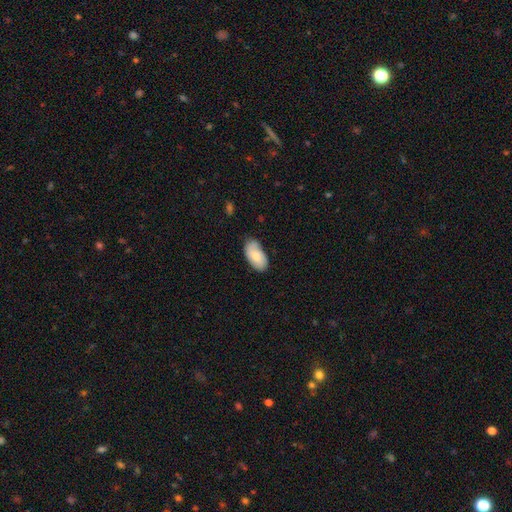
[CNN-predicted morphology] Smooth or featured?
  - smooth: 75% *
  - featured or disk: 19%
  - star or artifact: 6%
How rounded?
  - in between: 95% *
  - round: 3%
  - cigar-shaped: 2%
Merging?
  - none: 65% *
  - minor disturbance: 29%
  - major disturbance: 5%
  - merger: 2%